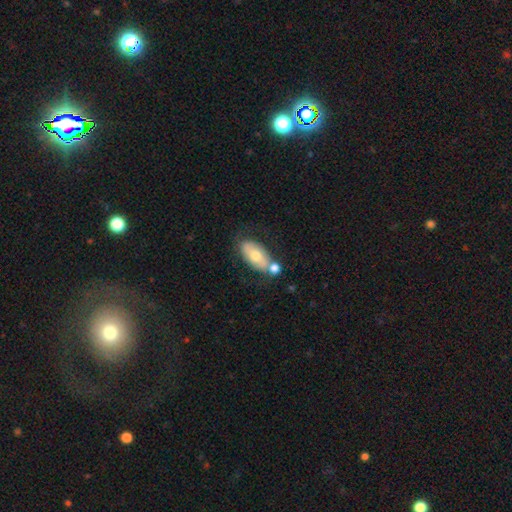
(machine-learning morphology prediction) smooth-or-featured: smooth: 61% | featured or disk: 33% | star or artifact: 6%
  how-rounded: in between: 90% | cigar-shaped: 5% | round: 4%
  merging: none: 52% | merger: 25% | minor disturbance: 17% | major disturbance: 6%